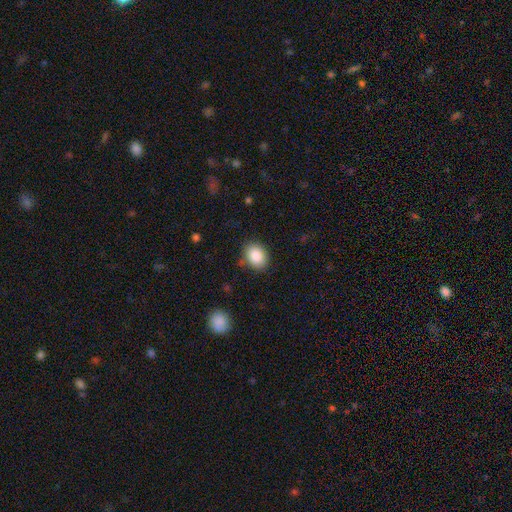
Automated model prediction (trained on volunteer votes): Q: Smooth or featured?
A: smooth (86%); runner-up: star or artifact (8%)
Q: How rounded?
A: in between (59%); runner-up: round (40%)
Q: Merging?
A: none (85%); runner-up: minor disturbance (11%)